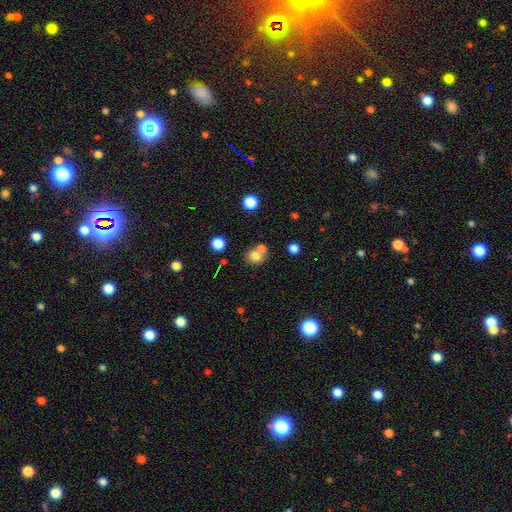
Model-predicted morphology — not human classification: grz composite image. It shows a smooth galaxy with no disk features (75%) that is round (70%). Merging: none (49%).